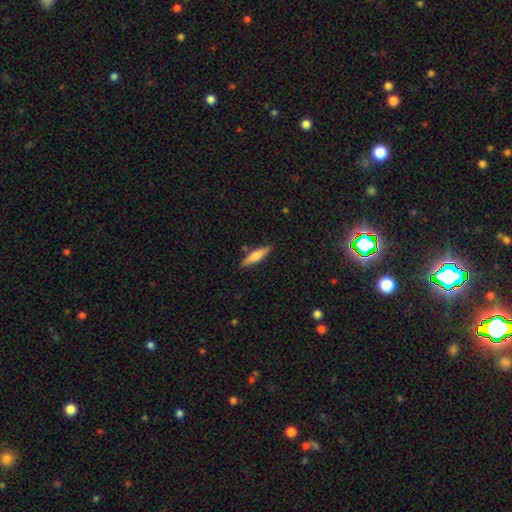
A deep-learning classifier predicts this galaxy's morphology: Smooth or featured? smooth (59%)
How rounded? cigar-shaped (74%)
Merging? none (85%)